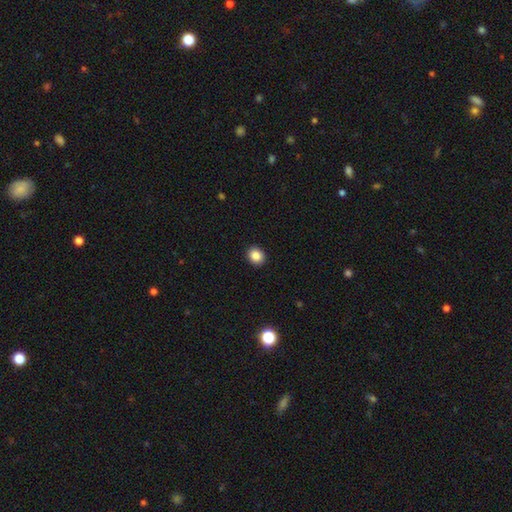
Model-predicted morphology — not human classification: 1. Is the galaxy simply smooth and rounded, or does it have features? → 86% smooth, 10% star or artifact, 5% featured or disk.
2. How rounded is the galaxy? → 70% round, 29% in between, 1% cigar-shaped.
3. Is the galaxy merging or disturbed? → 92% none, 5% minor disturbance, 2% major disturbance, 1% merger.